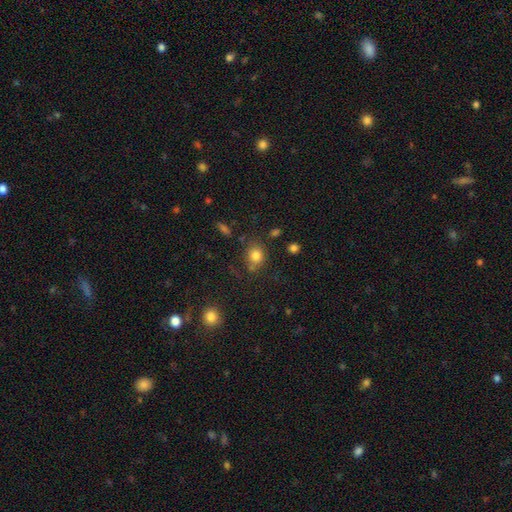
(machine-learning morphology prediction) Smooth or featured? Predicted: smooth (p=0.80). How rounded? Predicted: round (p=0.66). Merging? Predicted: none (p=0.68).